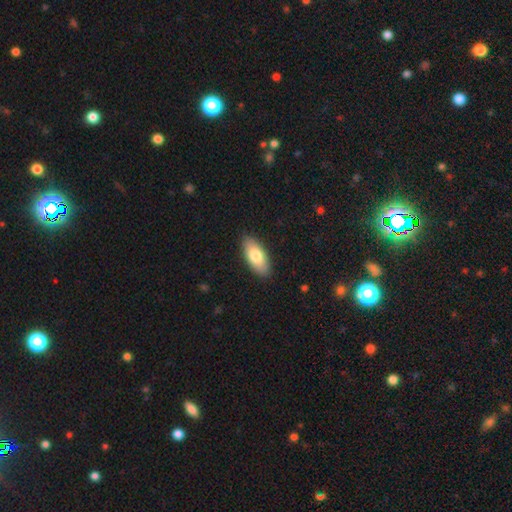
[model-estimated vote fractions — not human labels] Q: Smooth or featured?
A: smooth (78%); runner-up: featured or disk (16%)
Q: How rounded?
A: in between (88%); runner-up: cigar-shaped (9%)
Q: Merging?
A: none (89%); runner-up: minor disturbance (8%)